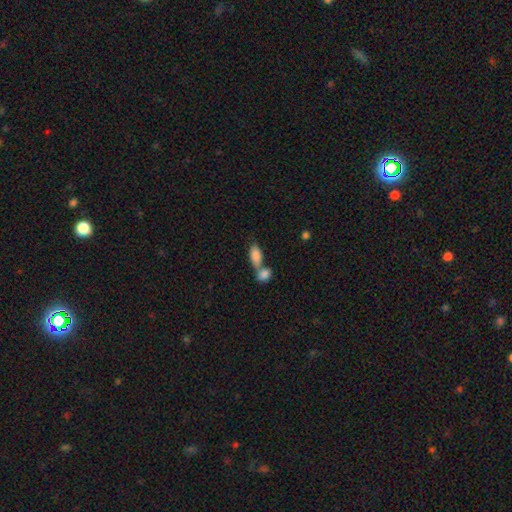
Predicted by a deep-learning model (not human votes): The model was most divided on "merging": merger: 59%, none: 29%, minor disturbance: 8%, major disturbance: 4%. More confident: how rounded — in between (90%); smooth or featured — smooth (86%).